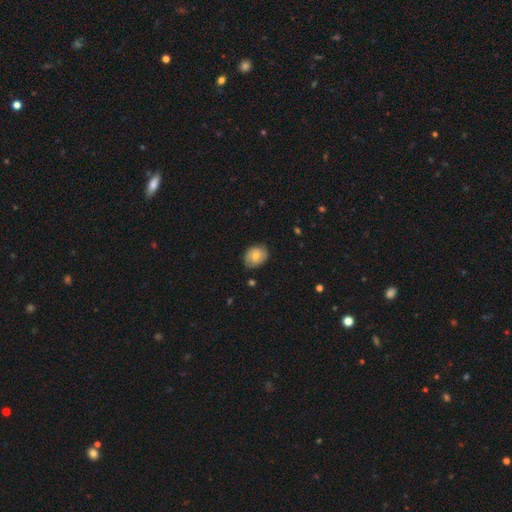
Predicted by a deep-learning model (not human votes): A smooth galaxy with no disk features (61%) that is in between round and cigar-shaped (53%). Merging: none (68%).